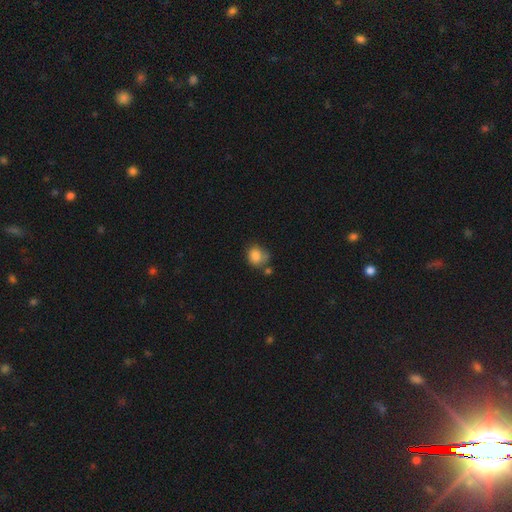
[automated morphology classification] Smooth or featured? Predicted: smooth (p=0.83). How rounded? Predicted: round (p=0.65). Merging? Predicted: none (p=0.46).